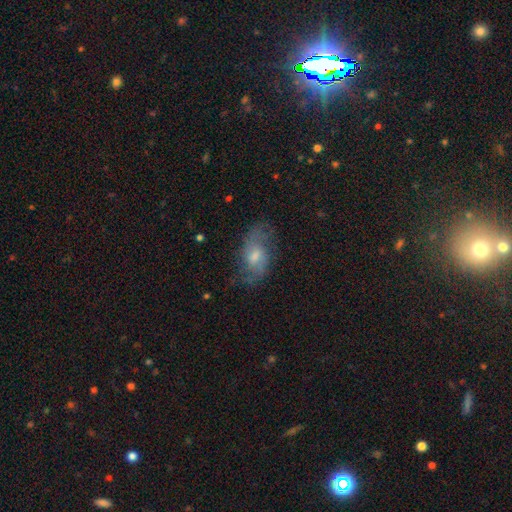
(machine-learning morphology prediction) This appears to be a featured or disk galaxy (64%) with no bar (49%), 2 (76%) medium (45%) spiral arms (86%) and a moderate central bulge (56%). Merging: none (69%).